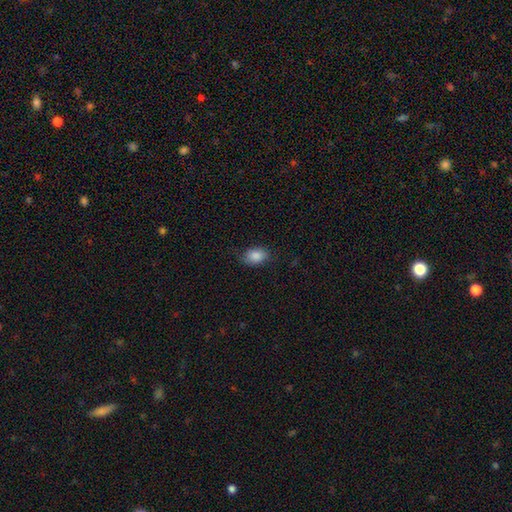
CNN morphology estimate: Smooth or featured?
  - smooth: 87% *
  - star or artifact: 8%
  - featured or disk: 5%
How rounded?
  - in between: 82% *
  - round: 17%
  - cigar-shaped: 1%
Merging?
  - none: 76% *
  - minor disturbance: 19%
  - major disturbance: 4%
  - merger: 1%